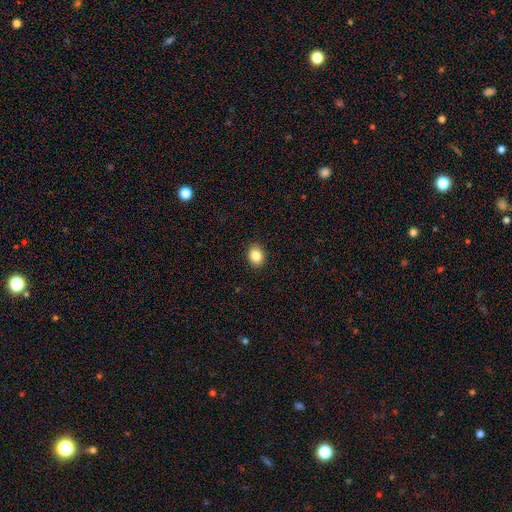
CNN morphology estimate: A smooth galaxy with no disk features (85%) that is round (54%). Merging: none (91%).